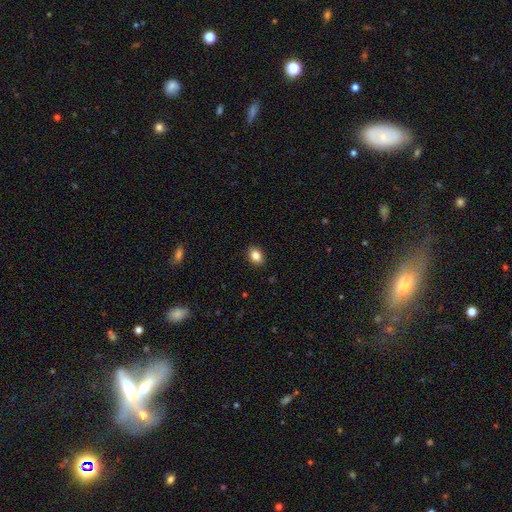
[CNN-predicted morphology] This appears to be a smooth galaxy with no disk features (85%) that is in between round and cigar-shaped (76%). Merging: none (89%).